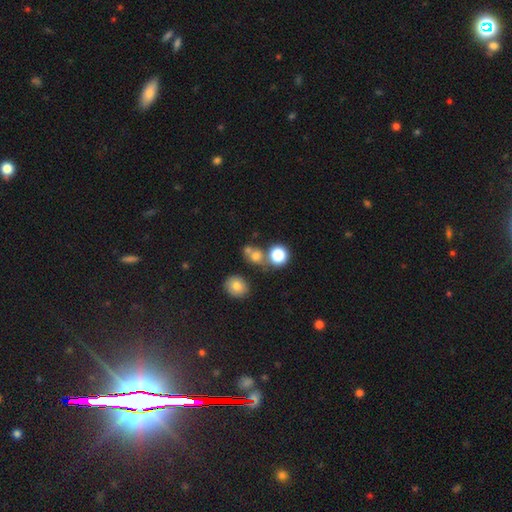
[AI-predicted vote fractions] A smooth galaxy with no disk features (71%) that is round (78%). Merging: none (51%).